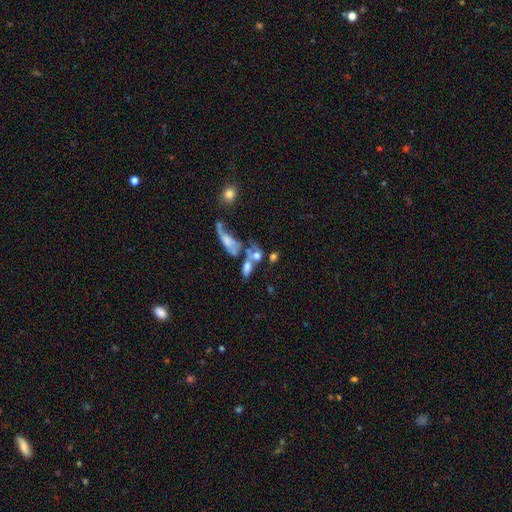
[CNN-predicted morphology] Q: Smooth or featured?
A: smooth (56%); runner-up: featured or disk (30%)
Q: How rounded?
A: in between (66%); runner-up: round (23%)
Q: Merging?
A: merger (55%); runner-up: none (19%)